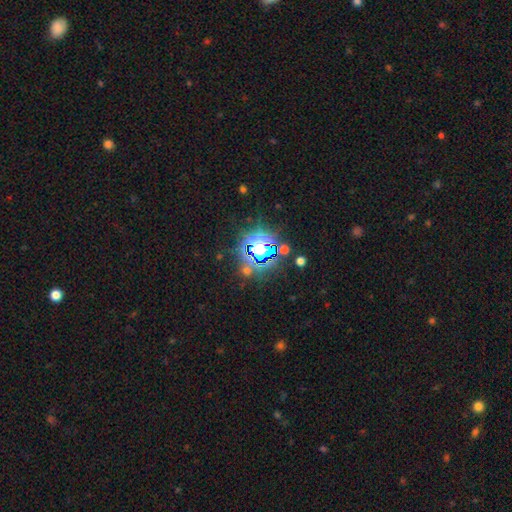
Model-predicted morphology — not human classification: A star or artifact, not a galaxy (79%).